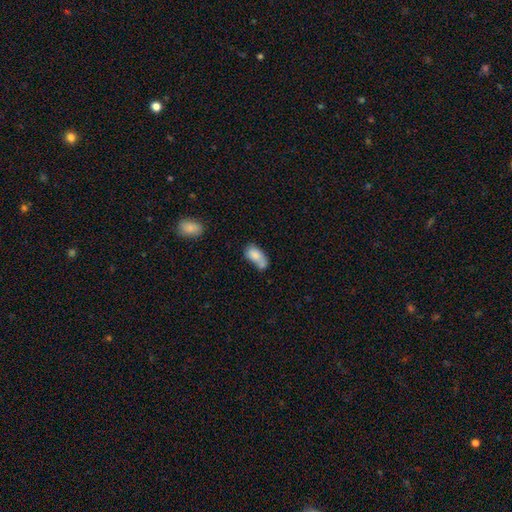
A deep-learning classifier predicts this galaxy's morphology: This is likely a smooth galaxy (78%). How rounded: clearly in between (87%). Merging: possibly merger (48%).